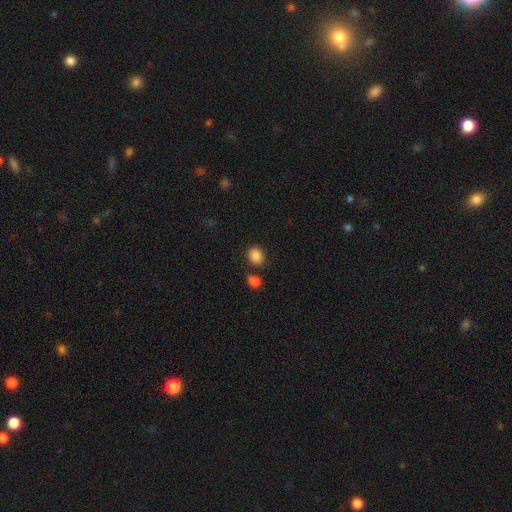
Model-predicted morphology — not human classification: Overall: smooth (86%). How rounded: round (60%; in between 39%). Merging: none (77%).